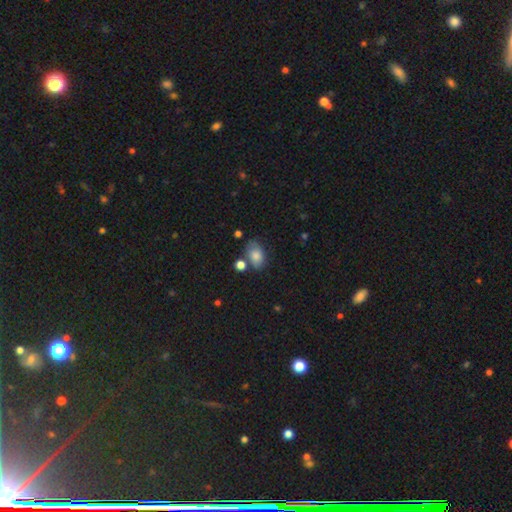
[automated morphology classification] smooth-or-featured: smooth: 80% | featured or disk: 10% | star or artifact: 9%
  how-rounded: in between: 85% | round: 13% | cigar-shaped: 1%
  merging: none: 62% | minor disturbance: 21% | merger: 11% | major disturbance: 6%